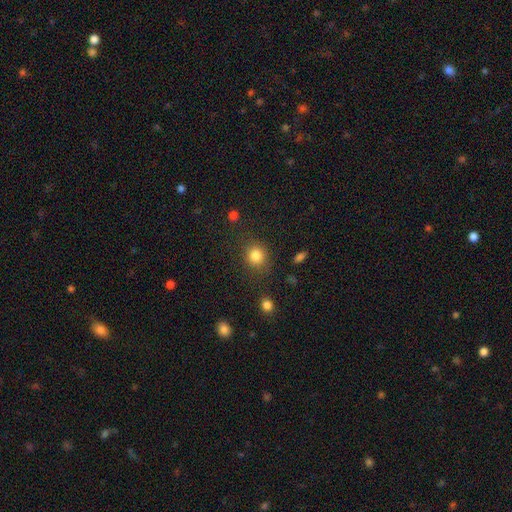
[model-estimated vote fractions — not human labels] Q: Smooth or featured?
A: smooth (83%); runner-up: star or artifact (11%)
Q: How rounded?
A: round (82%); runner-up: in between (17%)
Q: Merging?
A: none (82%); runner-up: minor disturbance (11%)